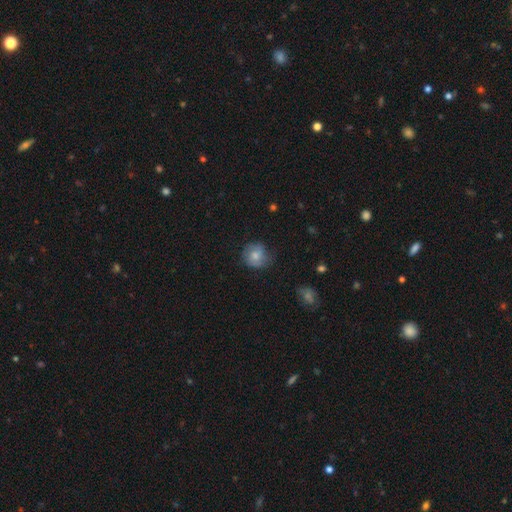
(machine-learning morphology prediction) This appears to be a smooth galaxy with no disk features (63%) that is round (81%). Merging: none (64%).